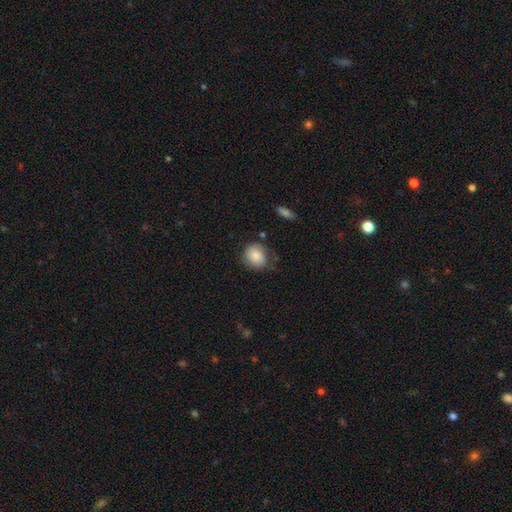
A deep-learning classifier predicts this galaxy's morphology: This appears to be a smooth galaxy with no disk features (79%) that is round (75%). Merging: none (61%).